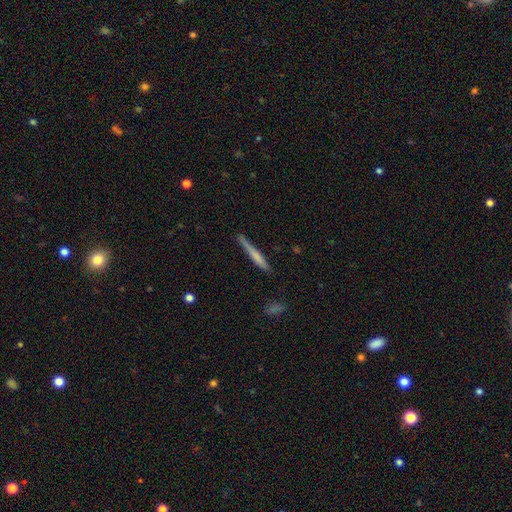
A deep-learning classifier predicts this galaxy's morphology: smooth_or_featured: smooth (p=0.57) [alt: featured or disk p=0.37]
how_rounded: cigar-shaped (p=0.96) [alt: in between p=0.03]
merging: none (p=0.80) [alt: minor disturbance p=0.15]